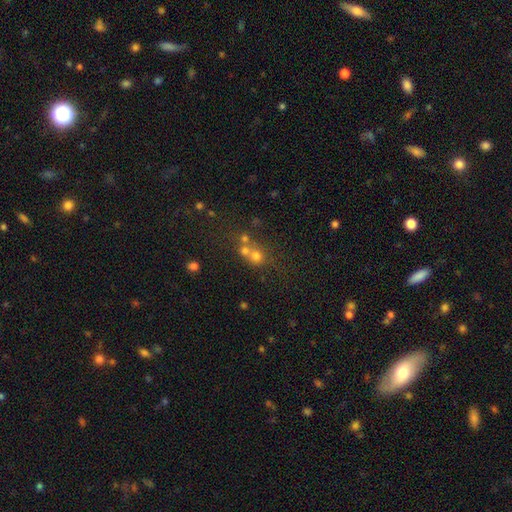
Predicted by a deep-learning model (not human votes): This appears to be a smooth galaxy with no disk features (61%) that is round (84%). Merging: merger (46%).